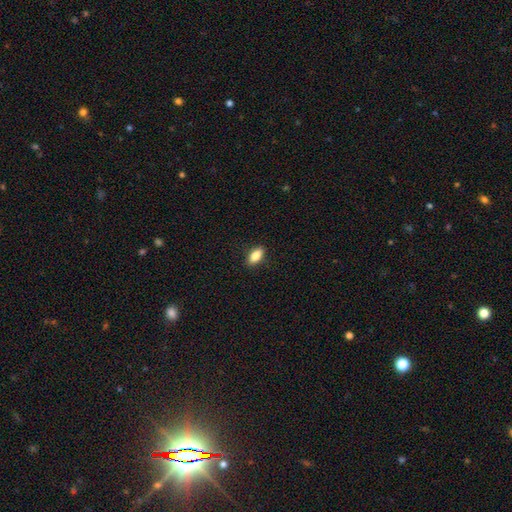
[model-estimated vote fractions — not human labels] A smooth galaxy with no disk features (84%) that is in between round and cigar-shaped (88%).

Vote fractions:
- Smooth or featured? smooth: 84% / featured or disk: 8% / star or artifact: 7%
- How rounded? in between: 88% / cigar-shaped: 8% / round: 4%
- Merging? none: 89% / minor disturbance: 8% / major disturbance: 2% / merger: 1%